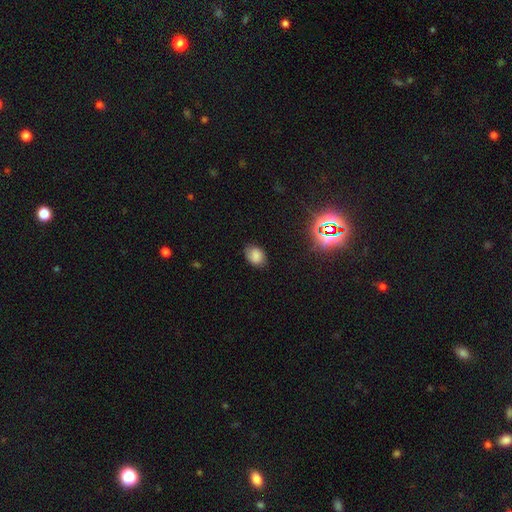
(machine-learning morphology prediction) Smooth or featured: smooth — 75% (star or artifact — 13%)
How rounded: in between — 71% (round — 28%)
Merging: none — 75% (minor disturbance — 20%)